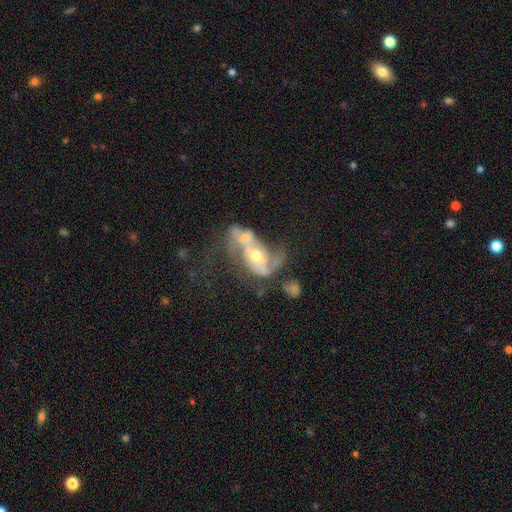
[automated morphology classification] A featured or disk galaxy (75%) with no bar (58%), spiral arms (69%) and a moderate central bulge (63%).

Vote fractions:
- Smooth or featured? featured or disk: 75% / smooth: 17% / star or artifact: 8%
- Edge-on disk? no: 94% / yes: 6%
- Bar? no: 58% / weak: 26% / strong: 16%
- Spiral arms? yes: 69% / no: 31%
- Bulge size? moderate: 63% / small: 29% / large: 5% / none: 2% / dominant: 1%
- Merging? merger: 42% / major disturbance: 26% / none: 19% / minor disturbance: 13%